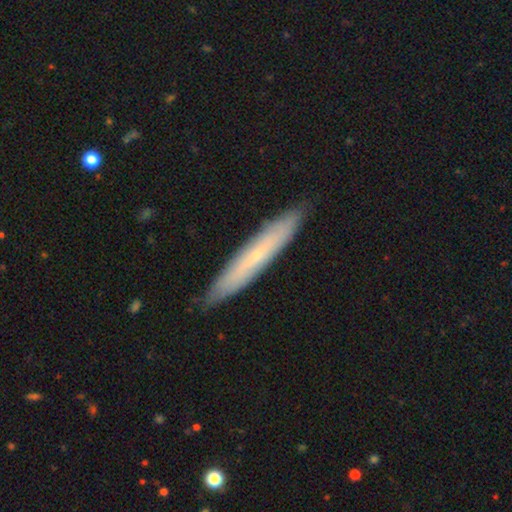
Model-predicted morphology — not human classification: Overall: smooth (48%; featured or disk 46%). Merging: none (88%).